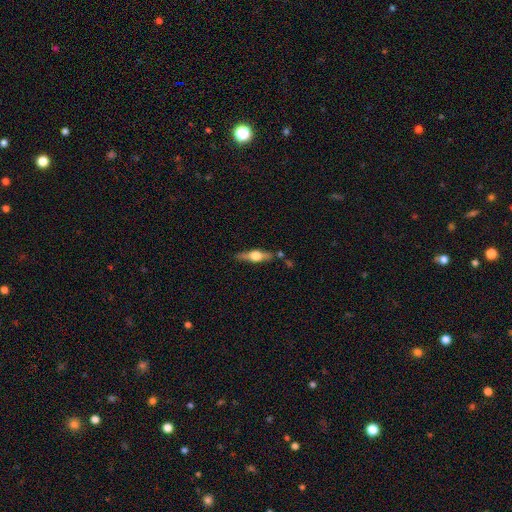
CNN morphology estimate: type=featured or disk (65%); edge-on=yes (95%); edge-on bulge=rounded (94%); merging=none (81%).